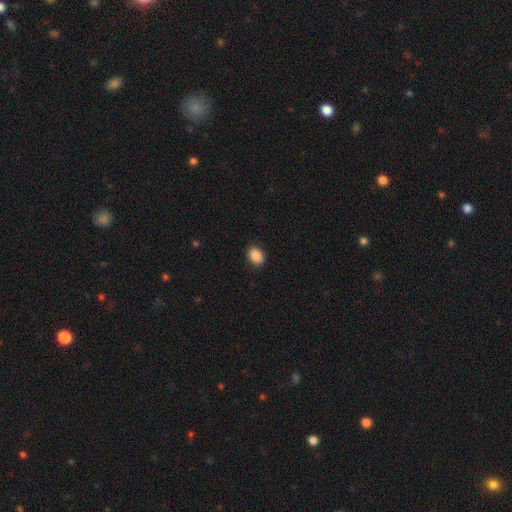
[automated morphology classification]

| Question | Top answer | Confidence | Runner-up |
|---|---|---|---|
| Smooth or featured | smooth | 89% | star or artifact (8%) |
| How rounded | in between | 70% | round (29%) |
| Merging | none | 90% | minor disturbance (8%) |